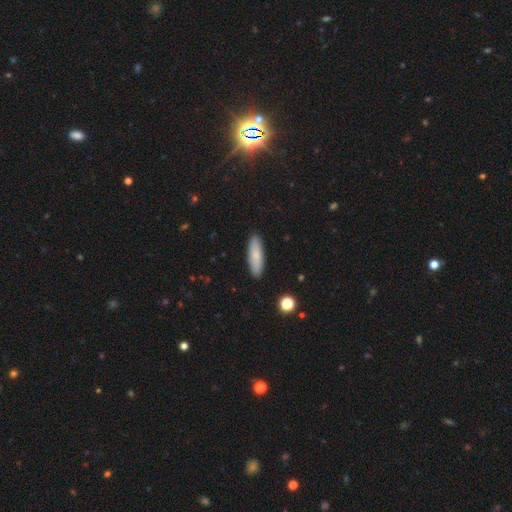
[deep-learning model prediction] Smooth or featured? smooth (81%)
How rounded? cigar-shaped (56%)
Merging? none (90%)